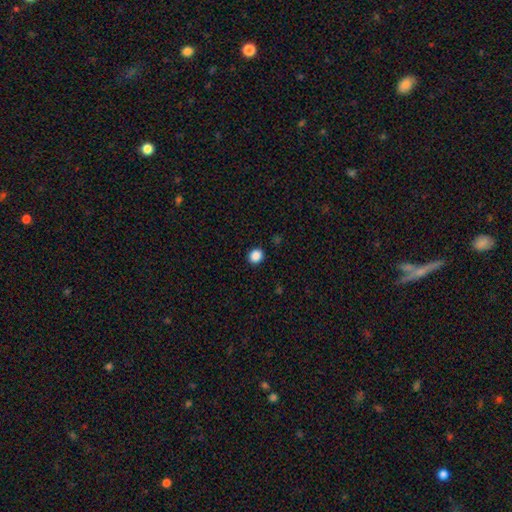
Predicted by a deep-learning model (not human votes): Morphology: type=smooth (87%); roundness=round (79%); merging=none (91%).